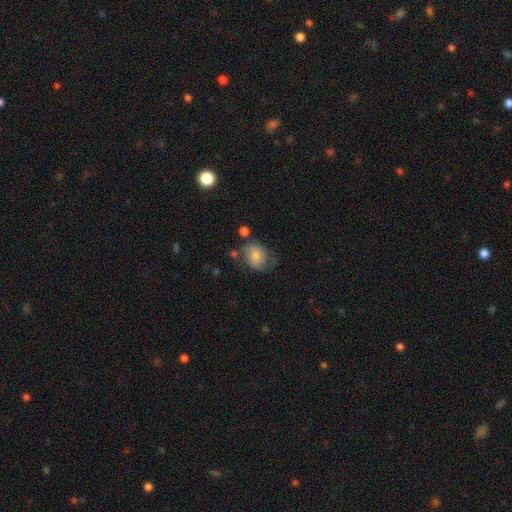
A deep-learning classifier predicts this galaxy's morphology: smooth 71%, featured or disk 21%, star or artifact 9%. Down the decision tree: how rounded — in between (53%); merging — none (51%).